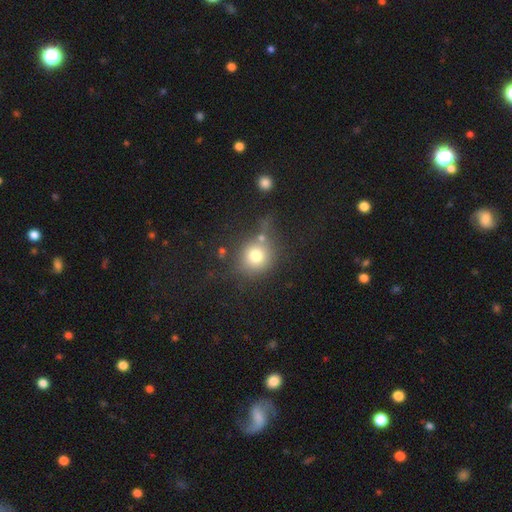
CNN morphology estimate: Smooth or featured?
  - smooth: 75% *
  - star or artifact: 13%
  - featured or disk: 12%
How rounded?
  - round: 87% *
  - in between: 11%
  - cigar-shaped: 1%
Merging?
  - none: 61% *
  - minor disturbance: 17%
  - merger: 12%
  - major disturbance: 11%